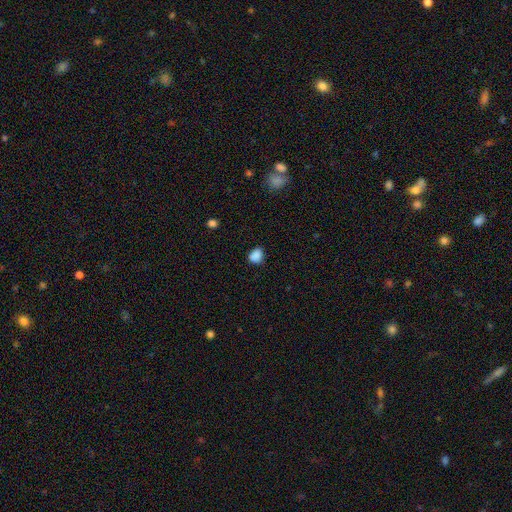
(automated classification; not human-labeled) Smooth or featured? smooth (85%)
How rounded? in between (51%)
Merging? none (68%)